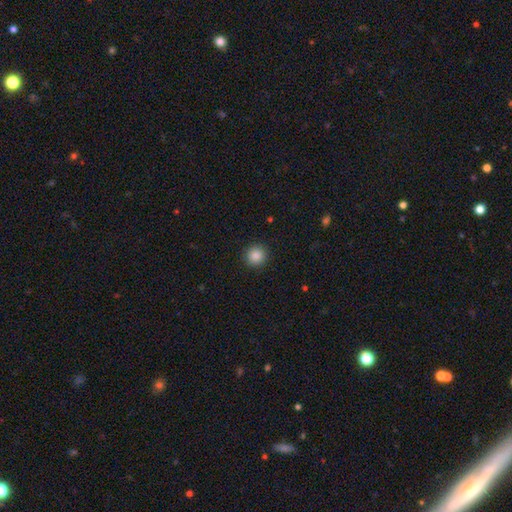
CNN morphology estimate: A smooth galaxy with no disk features (87%) that is round (94%). Merging: none (92%).